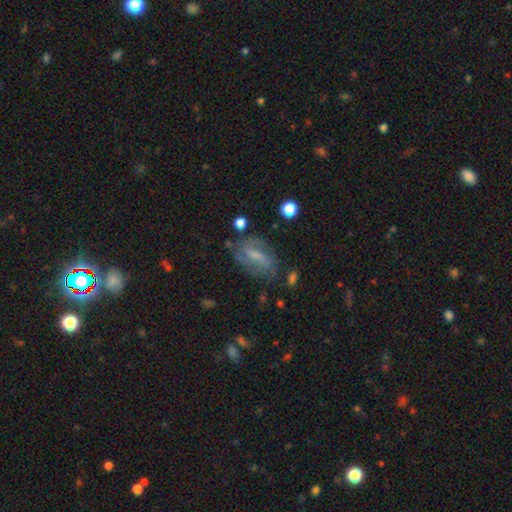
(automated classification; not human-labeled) A featured or disk galaxy (59%) with a weak bar (46%), spiral arms (76%) and a small central bulge (43%). Merging: none (65%).